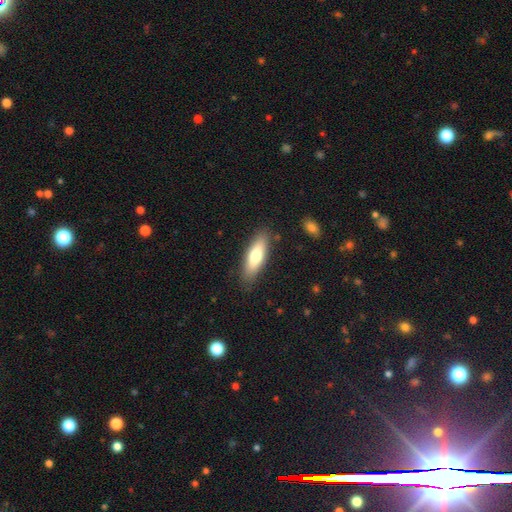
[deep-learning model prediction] This appears to be a smooth galaxy with no disk features (69%) that is in between round and cigar-shaped (52%). Merging: none (85%).